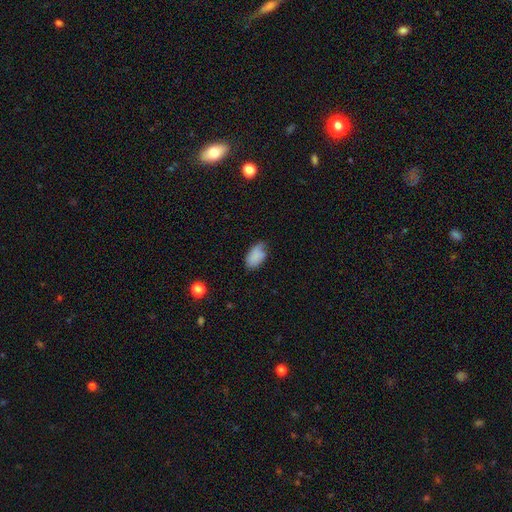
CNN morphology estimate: The model was most divided on "merging": none: 53%, minor disturbance: 35%, major disturbance: 10%, merger: 3%. More confident: how rounded — in between (92%); smooth or featured — smooth (79%).